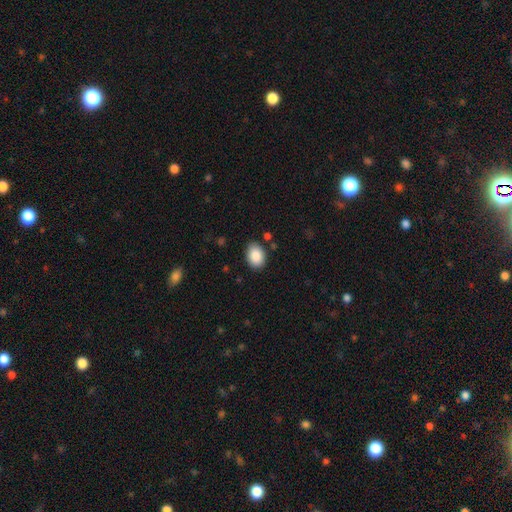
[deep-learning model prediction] smooth-or-featured: smooth: 88% | star or artifact: 7% | featured or disk: 5%
  how-rounded: in between: 79% | round: 20% | cigar-shaped: 1%
  merging: none: 85% | minor disturbance: 10% | major disturbance: 2% | merger: 2%